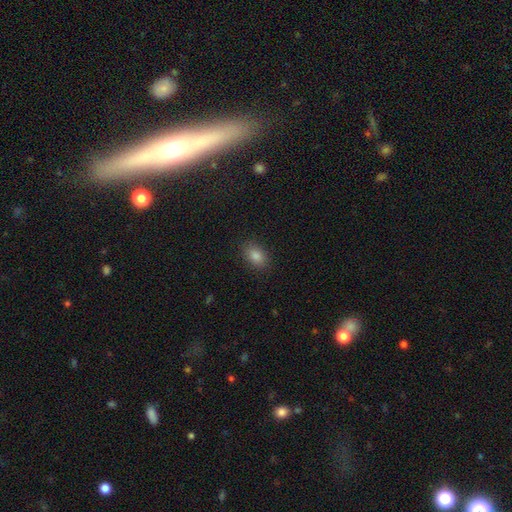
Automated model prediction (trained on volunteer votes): This is clearly a smooth galaxy (83%). How rounded: clearly in between (82%). Merging: clearly none (88%).